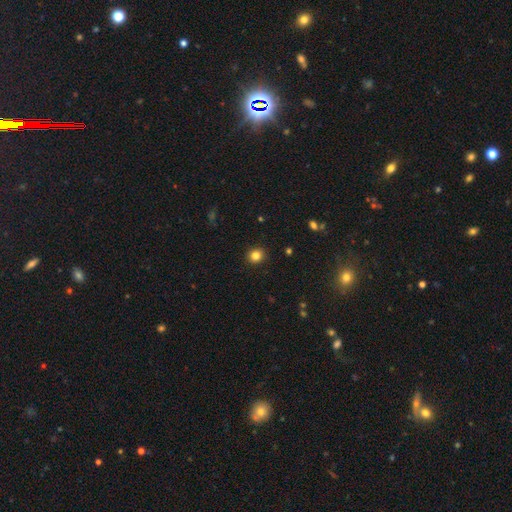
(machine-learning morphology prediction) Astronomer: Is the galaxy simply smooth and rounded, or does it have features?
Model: smooth — 83%.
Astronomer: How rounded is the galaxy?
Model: round — 84%.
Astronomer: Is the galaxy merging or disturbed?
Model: none — 92%.